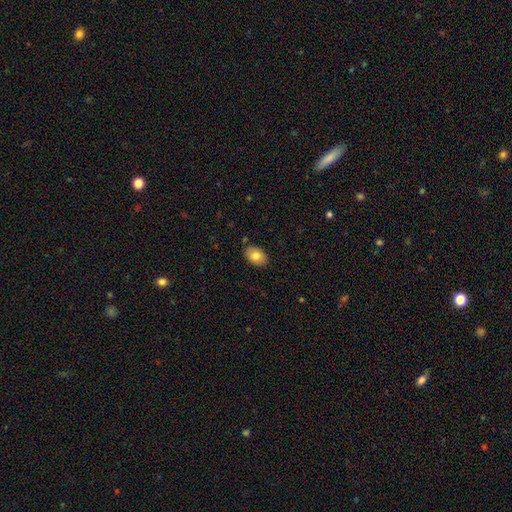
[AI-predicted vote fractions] Morphology: type=smooth (83%); roundness=in between (87%); merging=none (85%).